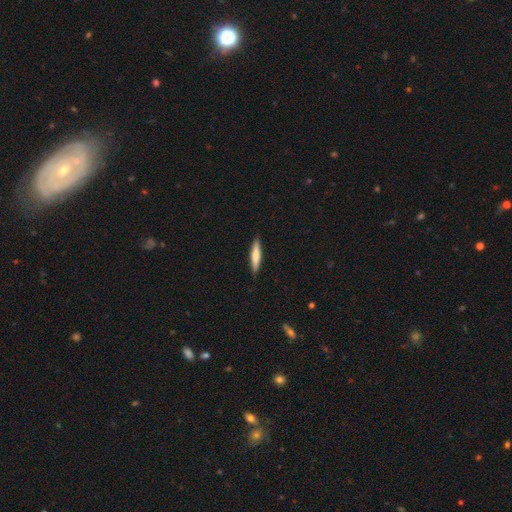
Overall: smooth (75%). How rounded: cigar-shaped (97%). Merging: none (90%).